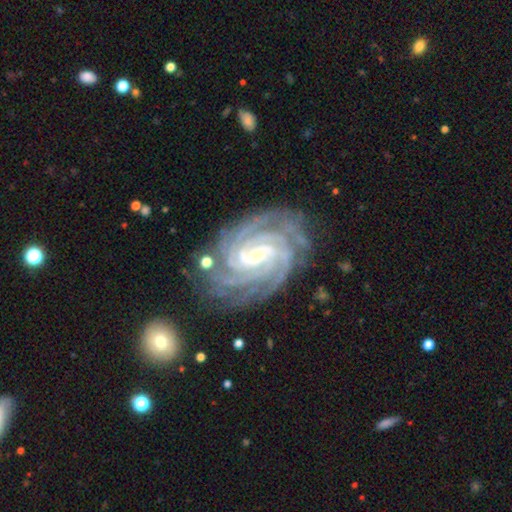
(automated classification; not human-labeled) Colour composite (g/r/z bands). It shows a featured or disk galaxy (93%) with a weak bar (42%), 4 (43%) tight (81%) spiral arms (99%) and a small central bulge (74%). Merging: none (78%).